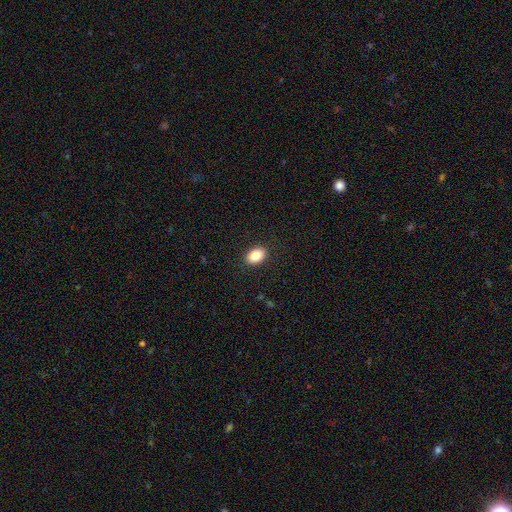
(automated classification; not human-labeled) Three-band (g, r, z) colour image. It shows a smooth galaxy with no disk features (86%) that is in between round and cigar-shaped (84%). Merging: none (90%).